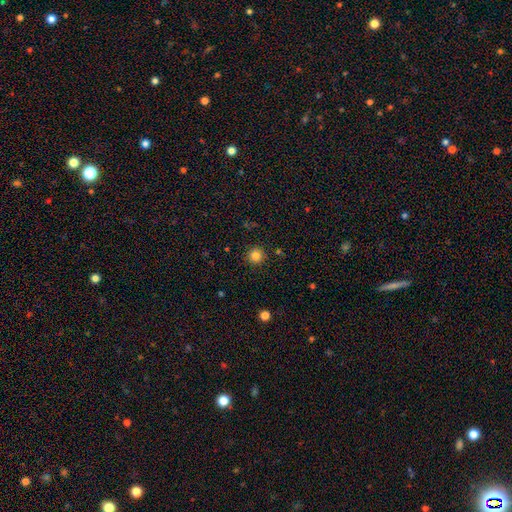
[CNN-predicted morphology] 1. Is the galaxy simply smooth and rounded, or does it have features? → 83% smooth, 12% star or artifact, 5% featured or disk.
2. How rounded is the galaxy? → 95% round, 4% in between, 1% cigar-shaped.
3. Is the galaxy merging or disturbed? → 92% none, 5% minor disturbance, 2% major disturbance, 1% merger.